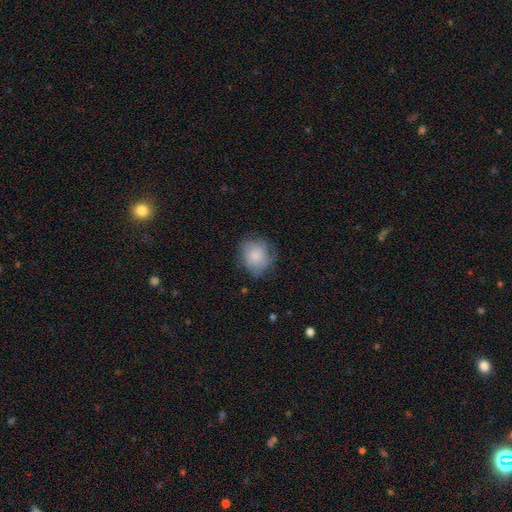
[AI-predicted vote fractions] smooth_or_featured: smooth (p=0.64) [alt: featured or disk p=0.28]
how_rounded: round (p=0.74) [alt: in between p=0.25]
merging: none (p=0.64) [alt: minor disturbance p=0.24]